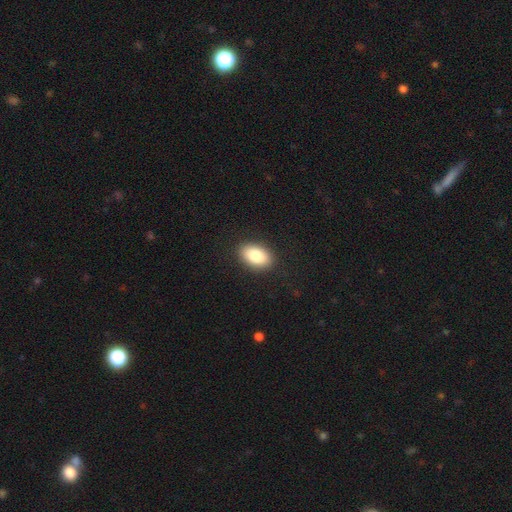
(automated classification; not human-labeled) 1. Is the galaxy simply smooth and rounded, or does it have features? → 85% smooth, 8% featured or disk, 7% star or artifact.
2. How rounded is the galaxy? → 90% in between, 9% round, 1% cigar-shaped.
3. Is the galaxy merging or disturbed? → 89% none, 7% minor disturbance, 2% major disturbance, 1% merger.